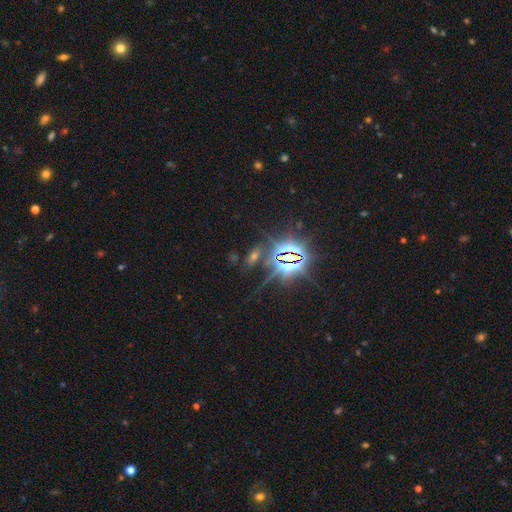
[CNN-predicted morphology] Overall: star or artifact (76%).